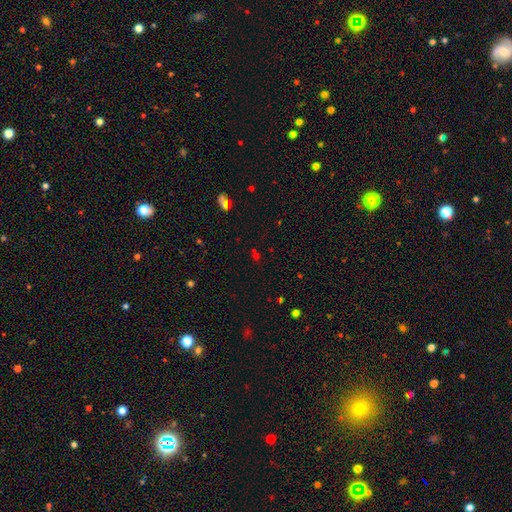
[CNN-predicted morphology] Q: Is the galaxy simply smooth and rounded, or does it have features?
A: star or artifact — 54%.